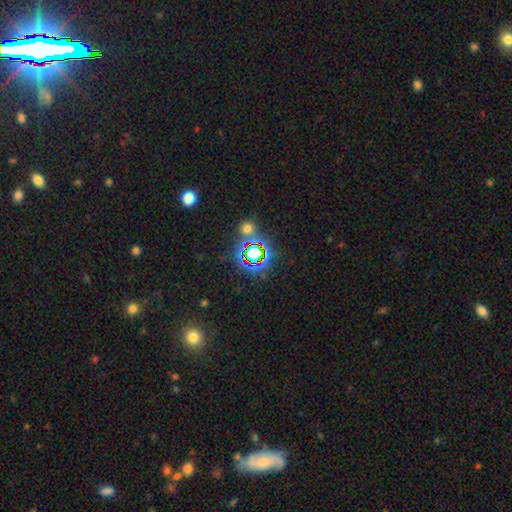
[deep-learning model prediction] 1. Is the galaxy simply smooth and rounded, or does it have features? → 69% star or artifact, 21% smooth, 9% featured or disk.